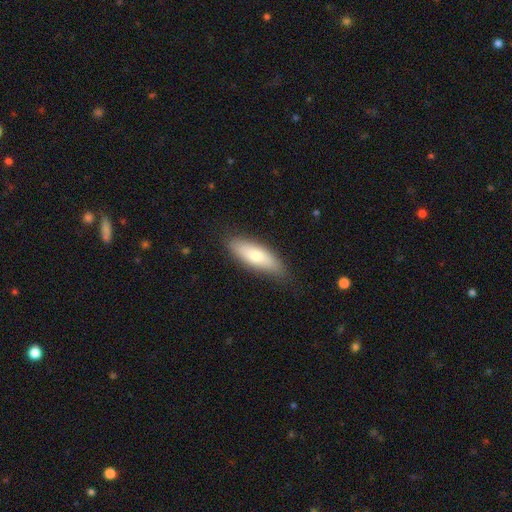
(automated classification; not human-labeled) The model was most divided on "how rounded": in between: 60%, cigar-shaped: 38%, round: 2%. More confident: merging — none (79%); smooth or featured — smooth (72%).